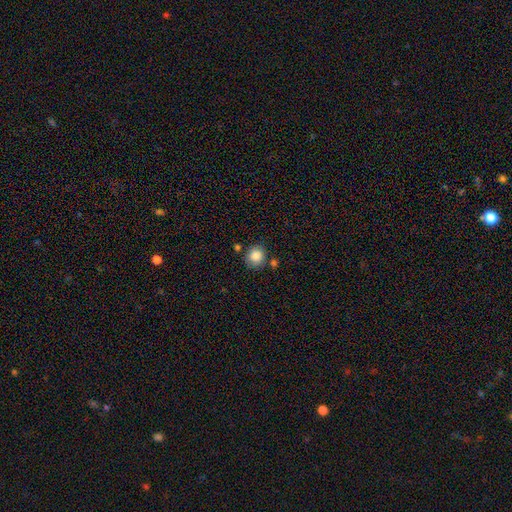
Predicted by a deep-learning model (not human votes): This is clearly a smooth galaxy (86%). How rounded: likely round (79%). Merging: likely none (76%).